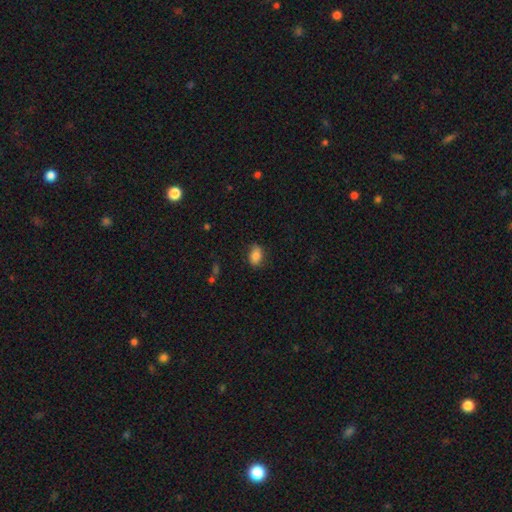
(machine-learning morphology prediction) This is clearly a smooth galaxy (83%). How rounded: clearly in between (84%). Merging: likely none (75%).